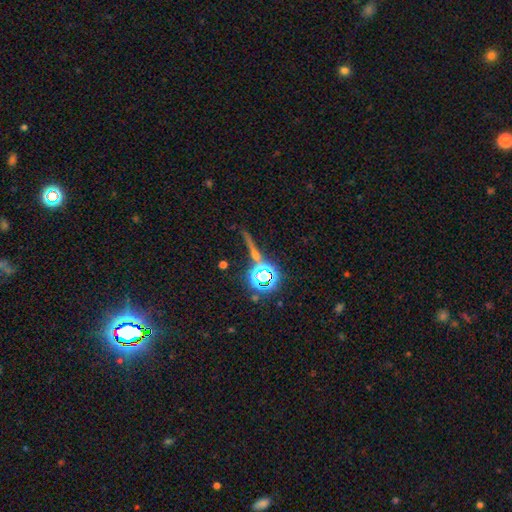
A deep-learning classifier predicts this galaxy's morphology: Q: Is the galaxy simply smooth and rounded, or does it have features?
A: star or artifact — 60%.